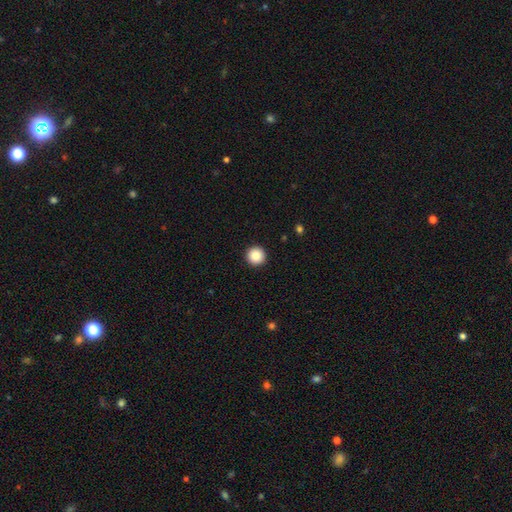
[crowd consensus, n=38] This appears to be a smooth galaxy with no disk features (92%) that is round (97%). Merging: none (100%).